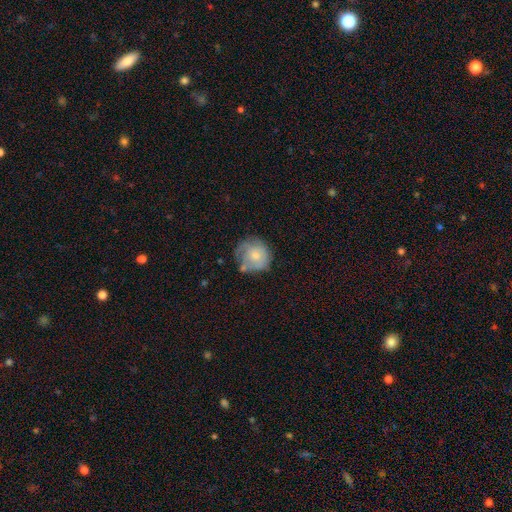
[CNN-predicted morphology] smooth-or-featured: smooth: 57% | featured or disk: 35% | star or artifact: 8%
  how-rounded: round: 84% | in between: 15% | cigar-shaped: 1%
  merging: none: 49% | minor disturbance: 29% | major disturbance: 15% | merger: 8%